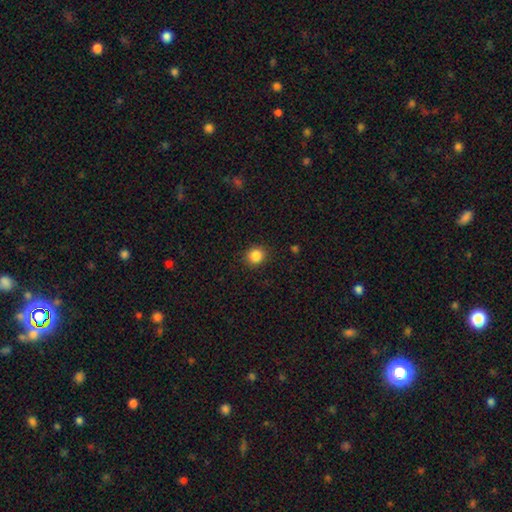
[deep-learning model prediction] A smooth galaxy with no disk features (86%) that is round (83%).

Vote fractions:
- Smooth or featured? smooth: 86% / star or artifact: 10% / featured or disk: 4%
- How rounded? round: 83% / in between: 16% / cigar-shaped: 1%
- Merging? none: 89% / minor disturbance: 8% / major disturbance: 2% / merger: 1%